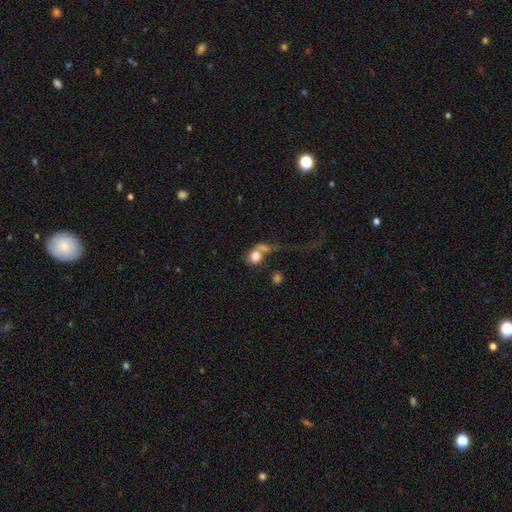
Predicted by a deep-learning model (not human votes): A smooth galaxy with no disk features (71%) that is round (58%). Merging: merger (45%).